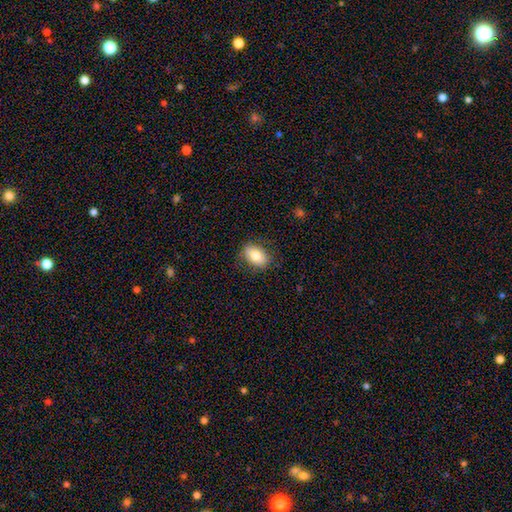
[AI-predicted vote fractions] Smooth or featured?
  - smooth: 78% *
  - featured or disk: 14%
  - star or artifact: 7%
How rounded?
  - in between: 86% *
  - round: 13%
  - cigar-shaped: 1%
Merging?
  - none: 82% *
  - minor disturbance: 13%
  - major disturbance: 4%
  - merger: 1%